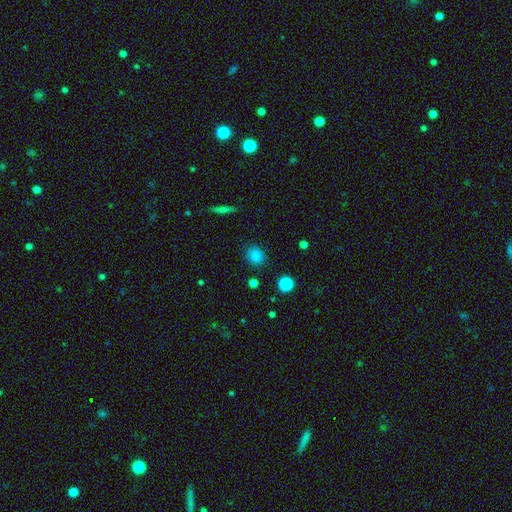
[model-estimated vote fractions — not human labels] Overall: smooth (81%). How rounded: round (74%). Merging: none (84%).